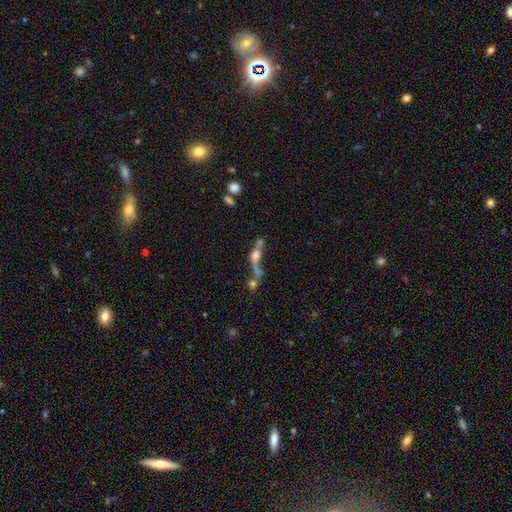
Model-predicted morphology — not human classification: Overall: smooth (42%; featured or disk 40%). Merging: merger (51%; none 21%).